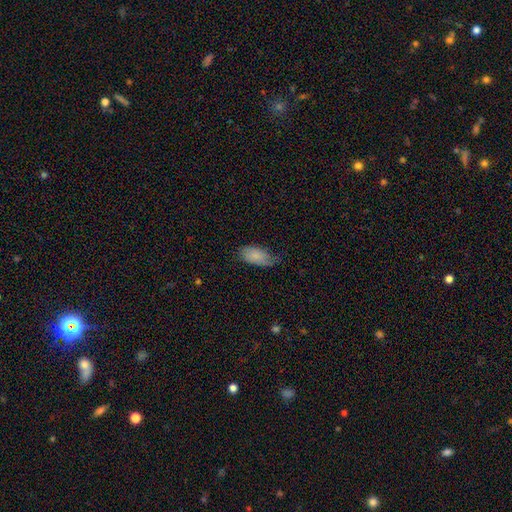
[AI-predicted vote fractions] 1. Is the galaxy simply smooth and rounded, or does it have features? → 79% smooth, 15% featured or disk, 7% star or artifact.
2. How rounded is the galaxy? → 93% in between, 5% cigar-shaped, 3% round.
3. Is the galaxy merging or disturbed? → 50% none, 38% minor disturbance, 11% major disturbance, 2% merger.